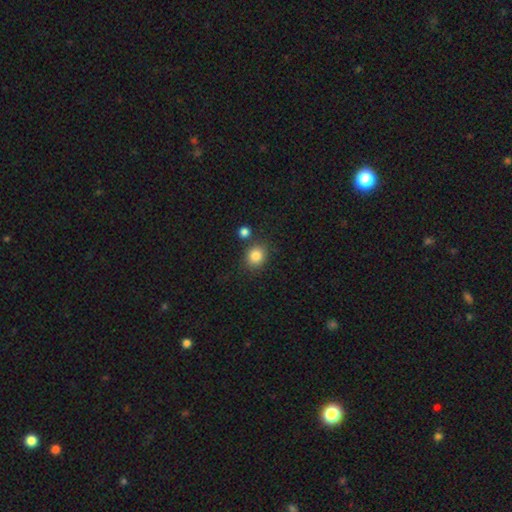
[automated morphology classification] smooth-or-featured: smooth: 84% | star or artifact: 11% | featured or disk: 5%
  how-rounded: round: 77% | in between: 22% | cigar-shaped: 1%
  merging: none: 78% | minor disturbance: 10% | merger: 10% | major disturbance: 3%